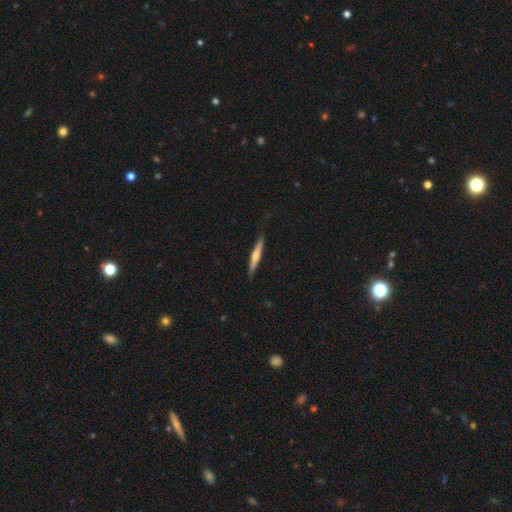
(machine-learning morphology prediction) Smooth or featured? featured or disk (50%)
Edge-on disk? yes (95%)
Merging? none (81%)